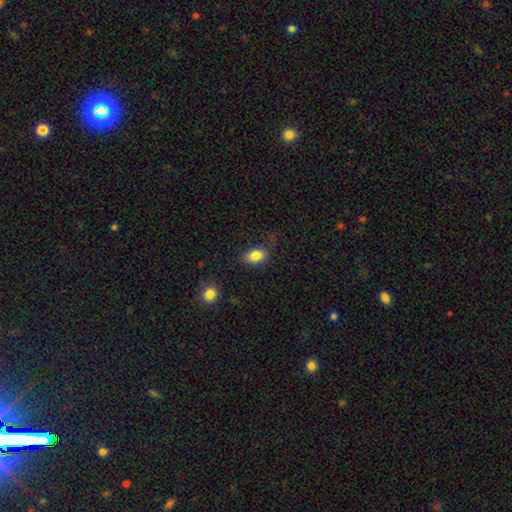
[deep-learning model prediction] Q: Smooth or featured?
A: smooth (84%); runner-up: star or artifact (9%)
Q: How rounded?
A: in between (84%); runner-up: round (14%)
Q: Merging?
A: none (76%); runner-up: minor disturbance (17%)